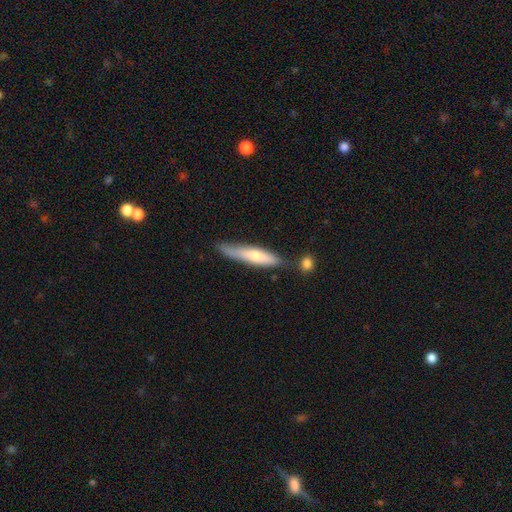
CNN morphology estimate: Q: Smooth or featured?
A: smooth (57%); runner-up: featured or disk (37%)
Q: How rounded?
A: cigar-shaped (87%); runner-up: in between (12%)
Q: Merging?
A: none (62%); runner-up: minor disturbance (23%)